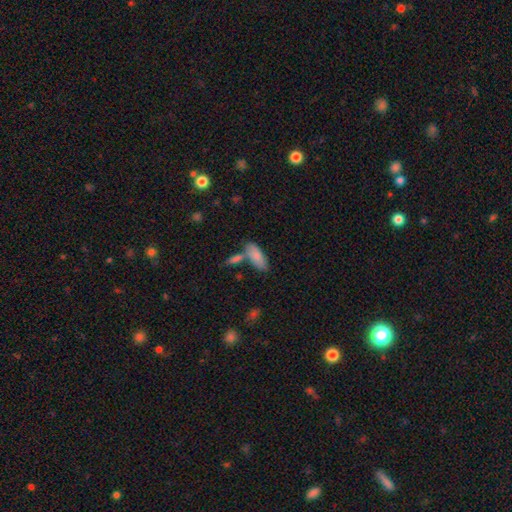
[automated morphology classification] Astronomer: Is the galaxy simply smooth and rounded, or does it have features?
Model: smooth — 81%.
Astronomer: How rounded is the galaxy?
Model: in between — 79%.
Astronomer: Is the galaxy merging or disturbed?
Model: none — 56%.